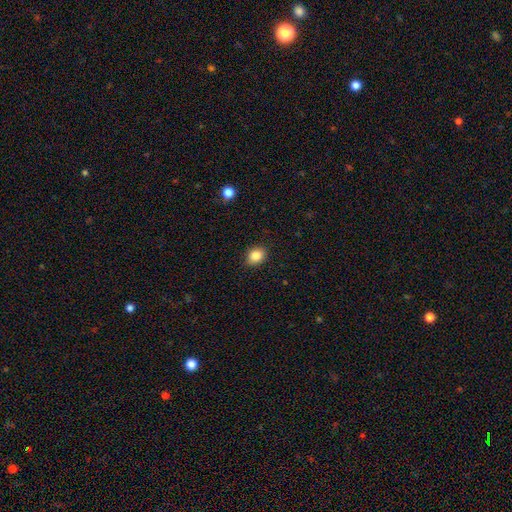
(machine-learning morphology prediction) This is clearly a smooth galaxy (85%). How rounded: possibly in between (53%). Merging: clearly none (88%).